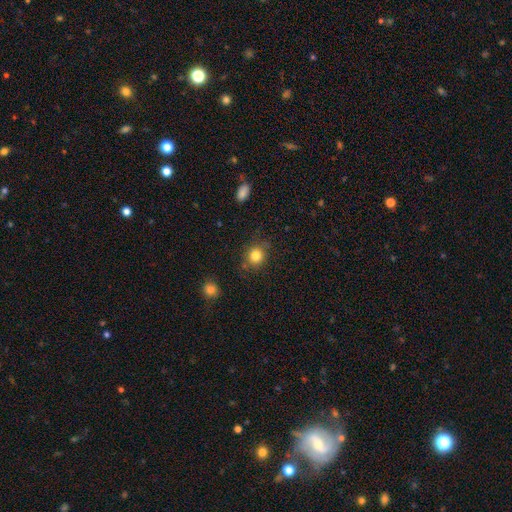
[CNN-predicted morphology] smooth_or_featured: smooth (p=0.82) [alt: star or artifact p=0.11]
how_rounded: round (p=0.82) [alt: in between p=0.17]
merging: none (p=0.79) [alt: minor disturbance p=0.13]